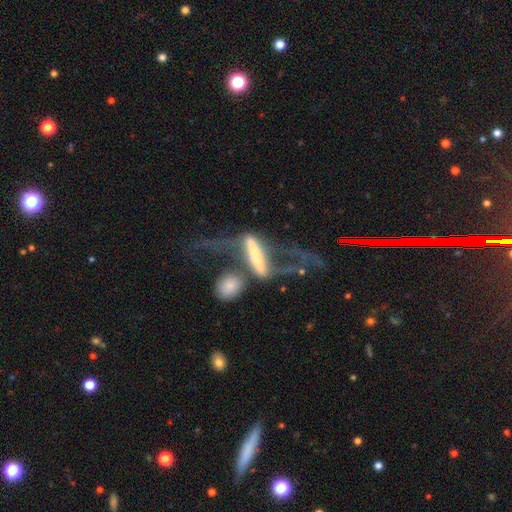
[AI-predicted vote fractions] Smooth or featured? featured or disk (65%)
Edge-on disk? yes (51%)
Merging? major disturbance (36%)